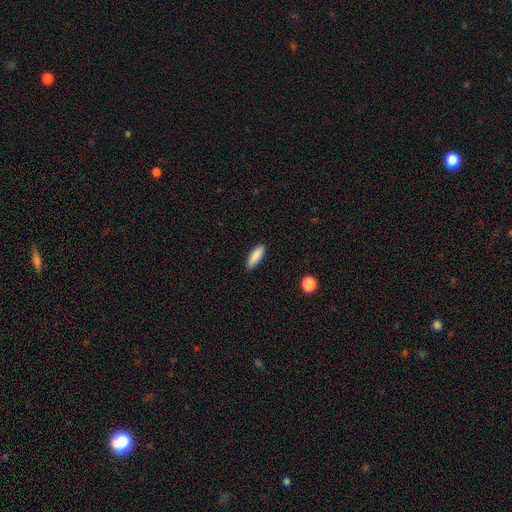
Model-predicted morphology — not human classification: smooth 88%, star or artifact 6%, featured or disk 6%. Down the decision tree: how rounded — in between (58%); merging — none (88%).